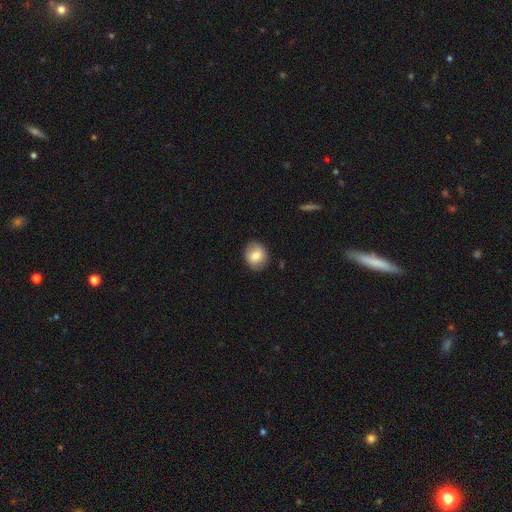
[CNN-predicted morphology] A smooth galaxy with no disk features (77%) that is round (76%). Merging: none (84%).